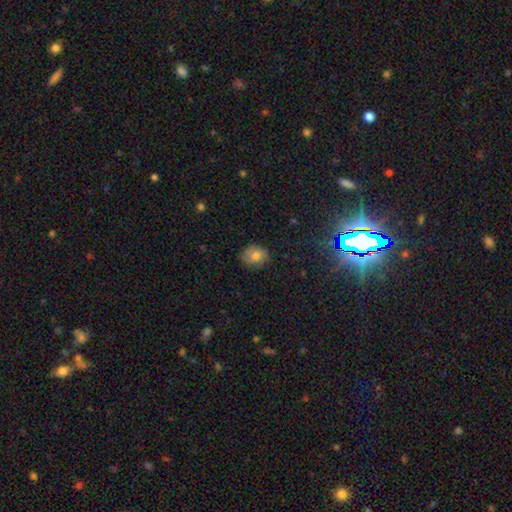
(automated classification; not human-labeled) smooth_or_featured: smooth (p=0.69) [alt: featured or disk p=0.21]
how_rounded: round (p=0.59) [alt: in between p=0.40]
merging: none (p=0.78) [alt: minor disturbance p=0.17]